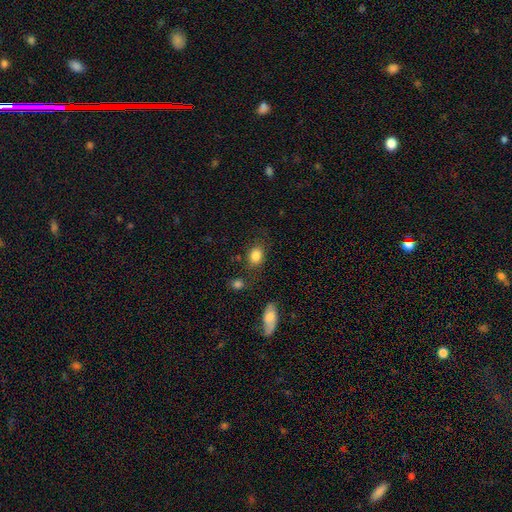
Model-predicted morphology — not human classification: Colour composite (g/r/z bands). It shows a smooth galaxy with no disk features (84%) that is in between round and cigar-shaped (59%). Merging: none (73%).